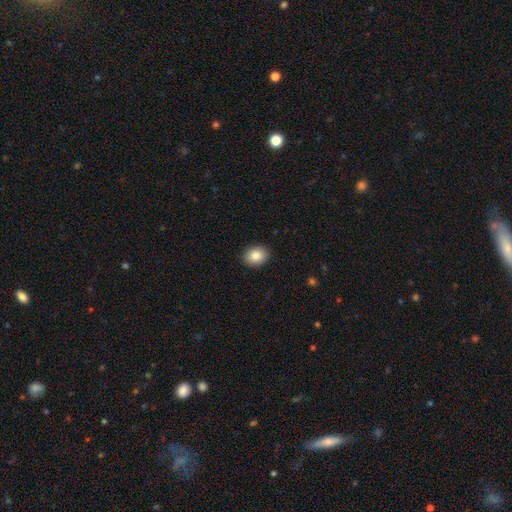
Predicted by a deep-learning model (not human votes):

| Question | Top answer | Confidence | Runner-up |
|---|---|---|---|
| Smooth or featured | smooth | 86% | star or artifact (8%) |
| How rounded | in between | 56% | round (44%) |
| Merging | none | 91% | minor disturbance (7%) |